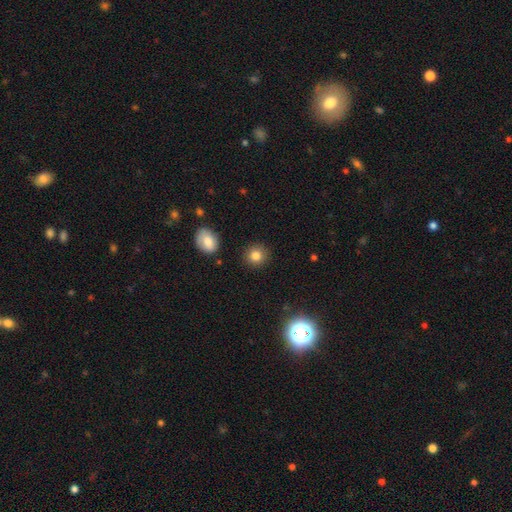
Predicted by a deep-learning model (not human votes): Morphology: type=smooth (83%); roundness=round (89%); merging=none (90%).